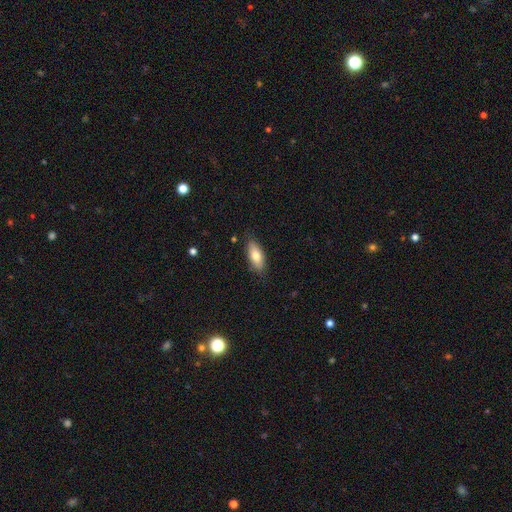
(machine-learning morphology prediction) Smooth or featured: smooth — 76% (featured or disk — 18%)
How rounded: in between — 80% (cigar-shaped — 18%)
Merging: none — 83% (minor disturbance — 13%)